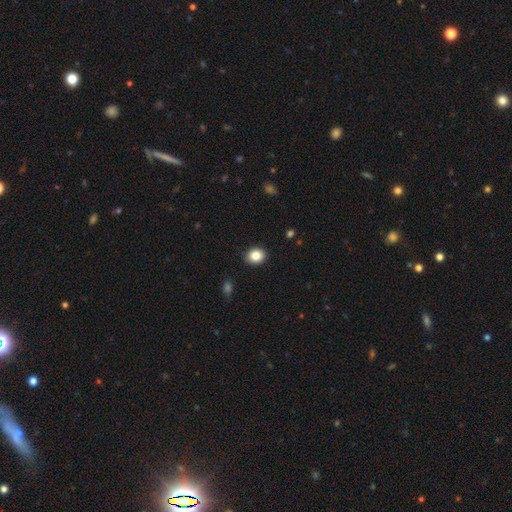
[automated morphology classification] Q: Smooth or featured?
A: smooth (85%); runner-up: star or artifact (9%)
Q: How rounded?
A: round (63%); runner-up: in between (36%)
Q: Merging?
A: none (90%); runner-up: minor disturbance (7%)